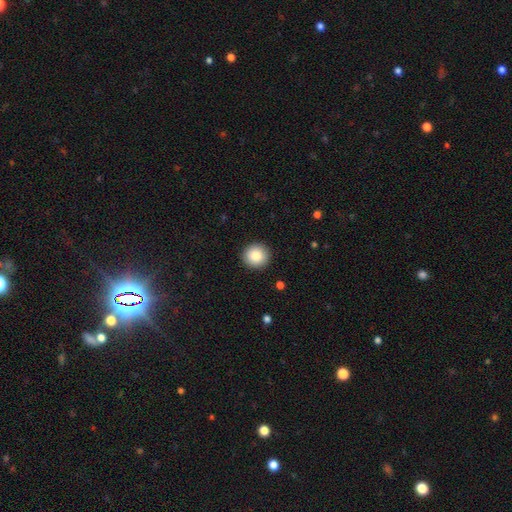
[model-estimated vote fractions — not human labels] Smooth or featured: smooth — 85% (star or artifact — 8%)
How rounded: round — 94% (in between — 5%)
Merging: none — 92% (minor disturbance — 5%)